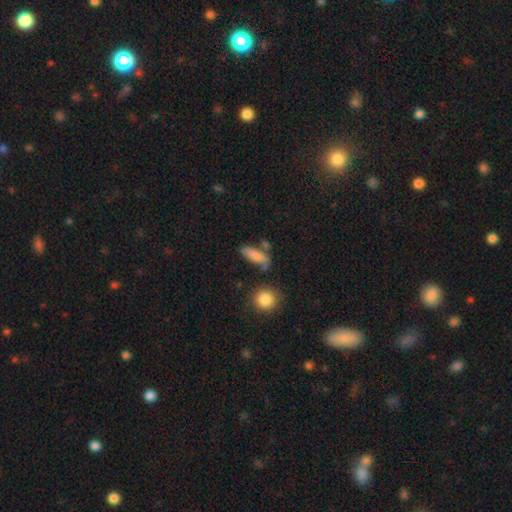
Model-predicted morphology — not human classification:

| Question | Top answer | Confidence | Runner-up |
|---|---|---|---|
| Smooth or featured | smooth | 82% | featured or disk (9%) |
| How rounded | in between | 55% | cigar-shaped (40%) |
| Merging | none | 64% | minor disturbance (19%) |